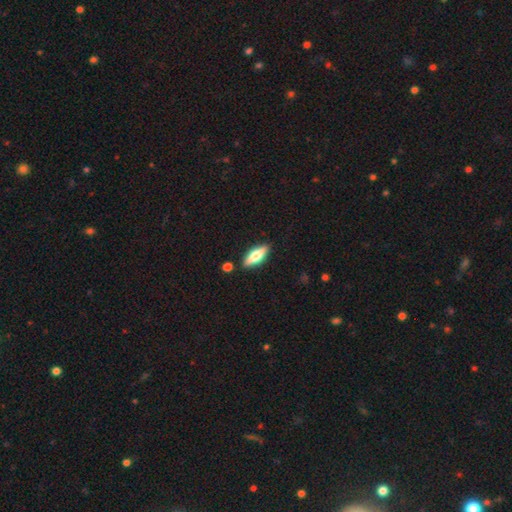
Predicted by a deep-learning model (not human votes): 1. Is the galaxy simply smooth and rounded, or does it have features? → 51% smooth, 43% featured or disk, 6% star or artifact.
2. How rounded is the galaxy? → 59% in between, 38% cigar-shaped, 3% round.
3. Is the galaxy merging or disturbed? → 87% none, 9% minor disturbance, 3% merger, 2% major disturbance.